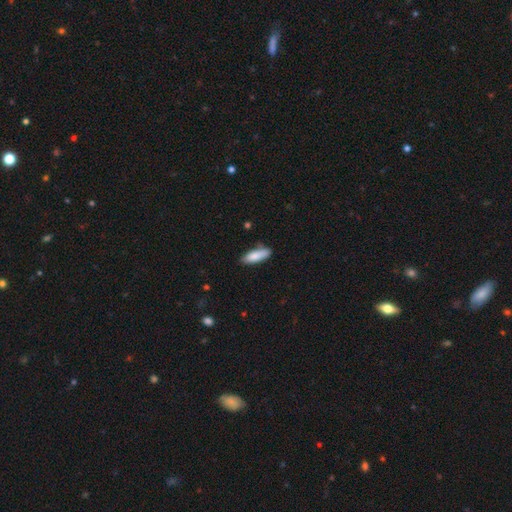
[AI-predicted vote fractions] Smooth or featured: smooth — 84% (featured or disk — 10%)
How rounded: in between — 55% (cigar-shaped — 43%)
Merging: none — 74% (minor disturbance — 20%)